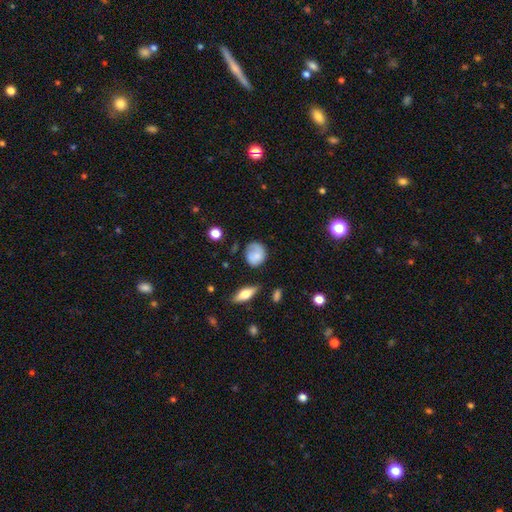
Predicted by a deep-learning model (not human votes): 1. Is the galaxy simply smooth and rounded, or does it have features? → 73% smooth, 19% featured or disk, 8% star or artifact.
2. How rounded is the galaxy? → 67% round, 31% in between, 1% cigar-shaped.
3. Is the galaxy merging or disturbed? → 55% none, 31% minor disturbance, 12% major disturbance, 3% merger.